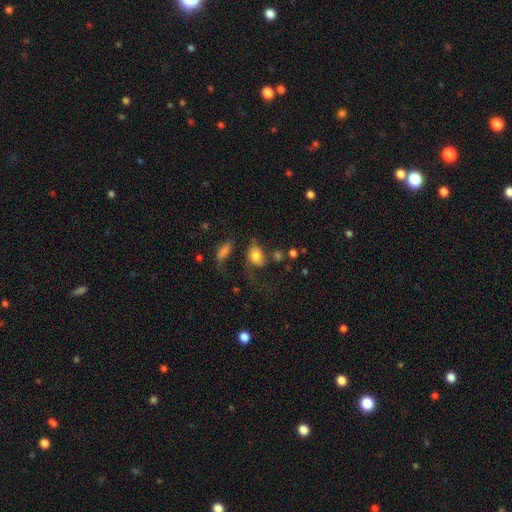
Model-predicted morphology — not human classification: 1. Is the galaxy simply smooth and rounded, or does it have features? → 69% smooth, 21% featured or disk, 10% star or artifact.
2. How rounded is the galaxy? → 66% in between, 31% round, 2% cigar-shaped.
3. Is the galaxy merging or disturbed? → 37% major disturbance, 31% none, 20% minor disturbance, 12% merger.